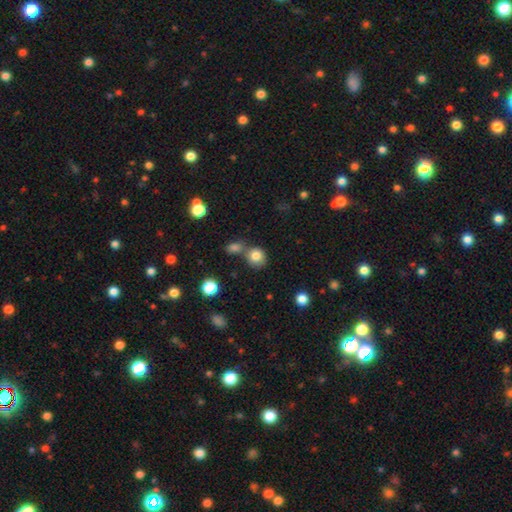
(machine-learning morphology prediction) Smooth or featured? Predicted: smooth (p=0.82). How rounded? Predicted: round (p=0.81). Merging? Predicted: none (p=0.58).